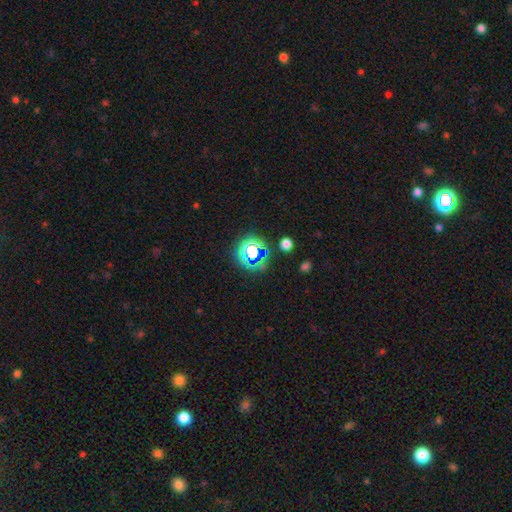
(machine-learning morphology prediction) star or artifact 63%, smooth 27%, featured or disk 10%.